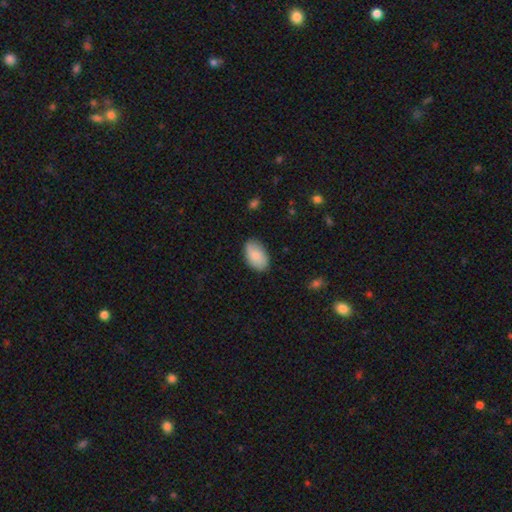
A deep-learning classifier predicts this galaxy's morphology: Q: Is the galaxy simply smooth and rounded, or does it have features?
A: smooth — 85%.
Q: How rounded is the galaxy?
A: in between — 94%.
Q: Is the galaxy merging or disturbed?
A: none — 83%.